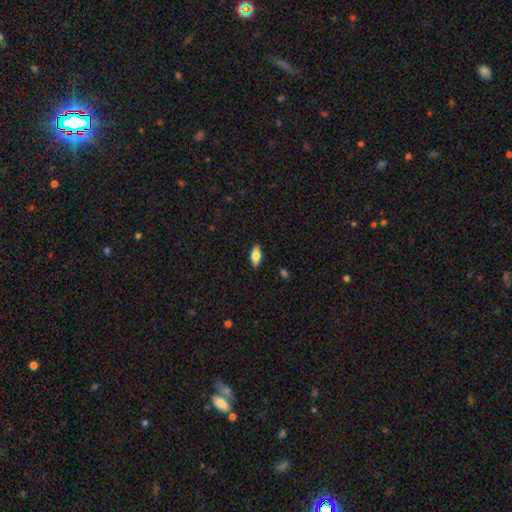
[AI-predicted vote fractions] Smooth or featured: smooth — 78% (featured or disk — 15%)
How rounded: in between — 89% (cigar-shaped — 9%)
Merging: none — 89% (minor disturbance — 8%)